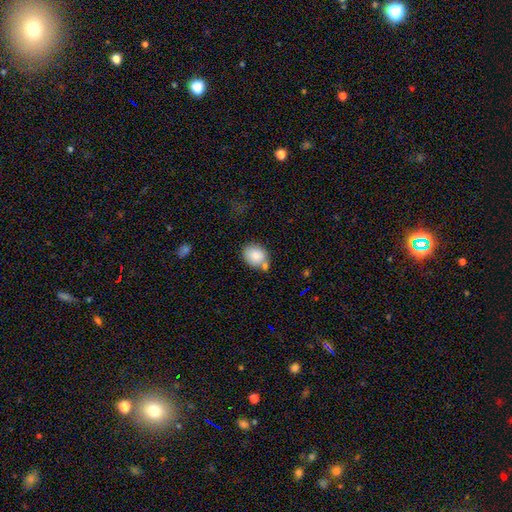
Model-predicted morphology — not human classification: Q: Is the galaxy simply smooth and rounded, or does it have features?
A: smooth — 85%.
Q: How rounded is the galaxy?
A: round — 52%.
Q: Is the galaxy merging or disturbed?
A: none — 62%.